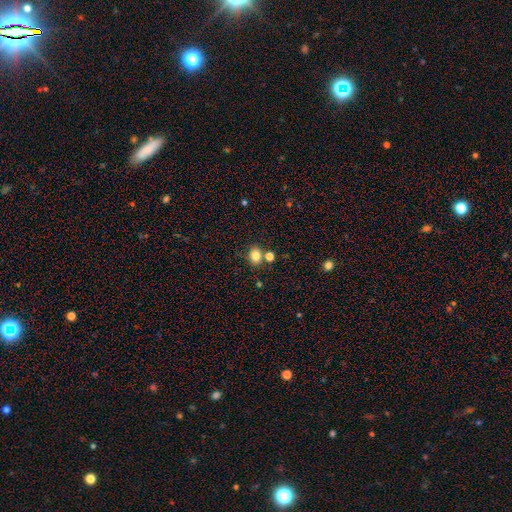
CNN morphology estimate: type=smooth (81%); roundness=in between (51%); merging=none (71%).